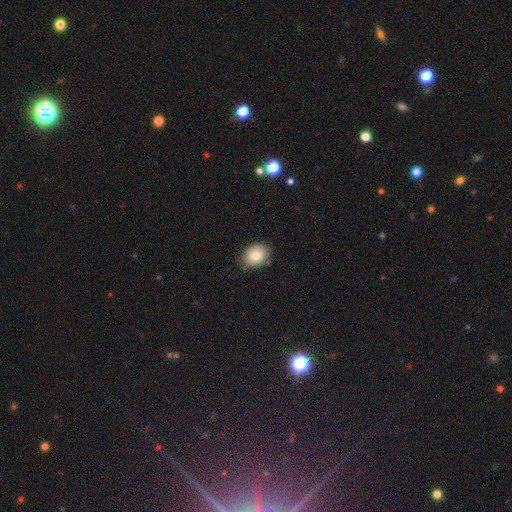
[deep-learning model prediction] This is clearly a smooth galaxy (81%). How rounded: possibly in between (54%). Merging: likely none (80%).